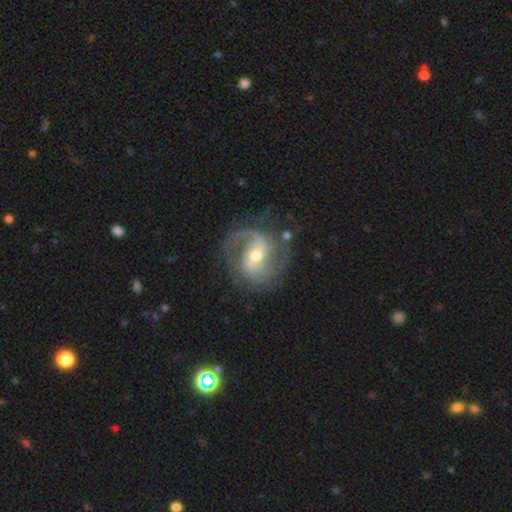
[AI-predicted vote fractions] Smooth or featured?
  - featured or disk: 89% *
  - smooth: 6%
  - star or artifact: 5%
Edge-on disk?
  - no: 98% *
  - yes: 2%
Bar?
  - weak: 48% *
  - strong: 27%
  - no: 25%
Spiral arms?
  - yes: 97% *
  - no: 3%
Spiral winding?
  - medium: 52% *
  - tight: 28%
  - loose: 21%
Spiral arm count?
  - 2: 74% *
  - 1: 8%
  - 3: 8%
  - can't tell: 6%
  - 4: 2%
  - more than 4: 2%
Bulge size?
  - moderate: 62% *
  - small: 33%
  - large: 4%
  - none: 1%
  - dominant: 1%
Merging?
  - none: 71% *
  - minor disturbance: 17%
  - major disturbance: 10%
  - merger: 2%